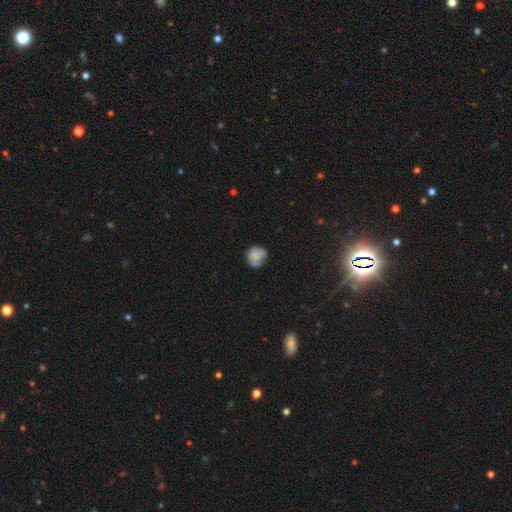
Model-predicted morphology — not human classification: Overall: smooth (66%). How rounded: round (82%). Merging: none (62%; minor disturbance 26%).